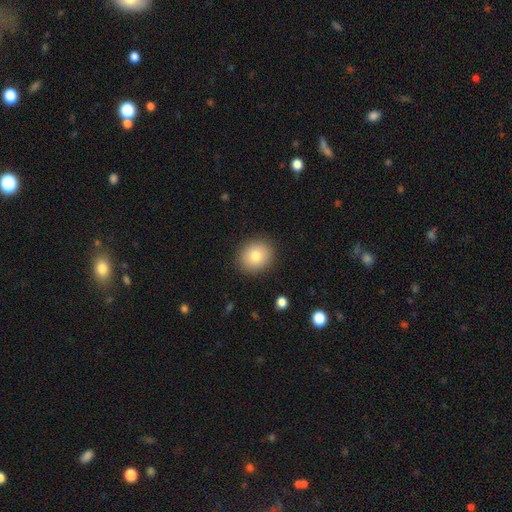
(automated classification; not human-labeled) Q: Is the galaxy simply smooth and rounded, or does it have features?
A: smooth — 79%.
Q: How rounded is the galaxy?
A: round — 74%.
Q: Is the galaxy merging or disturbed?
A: none — 88%.